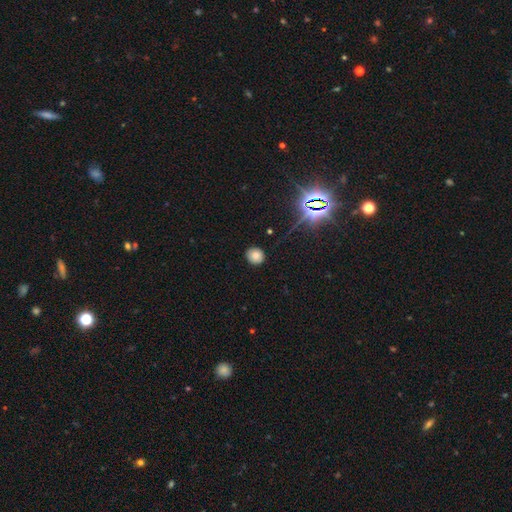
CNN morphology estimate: This appears to be a smooth galaxy with no disk features (78%) that is round (87%). Merging: none (88%).